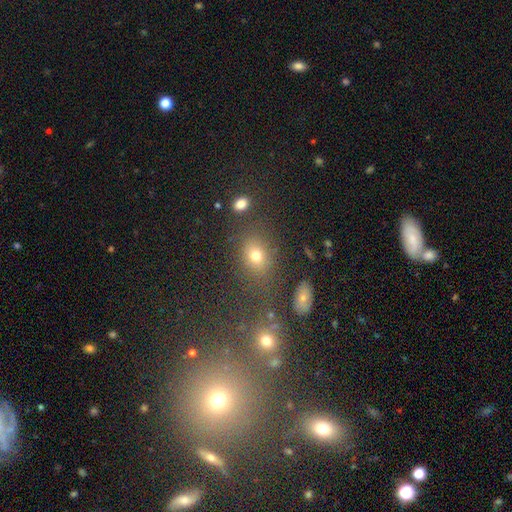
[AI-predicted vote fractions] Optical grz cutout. It shows a smooth galaxy with no disk features (70%) that is in between round and cigar-shaped (51%). Merging: none (75%).